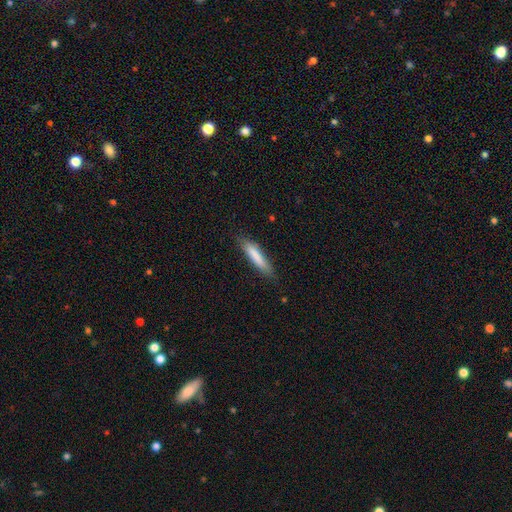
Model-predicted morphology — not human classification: smooth 80%, featured or disk 14%, star or artifact 6%. Down the decision tree: how rounded — cigar-shaped (85%); merging — none (83%).